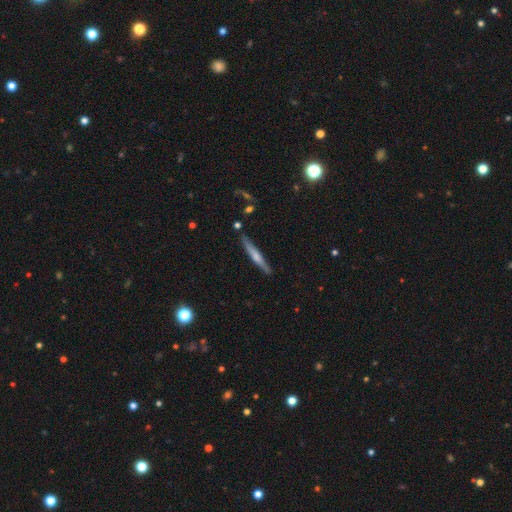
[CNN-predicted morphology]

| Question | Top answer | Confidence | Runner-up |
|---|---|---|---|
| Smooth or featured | featured or disk | 51% | smooth (44%) |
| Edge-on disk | yes | 96% | no (4%) |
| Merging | none | 86% | minor disturbance (10%) |